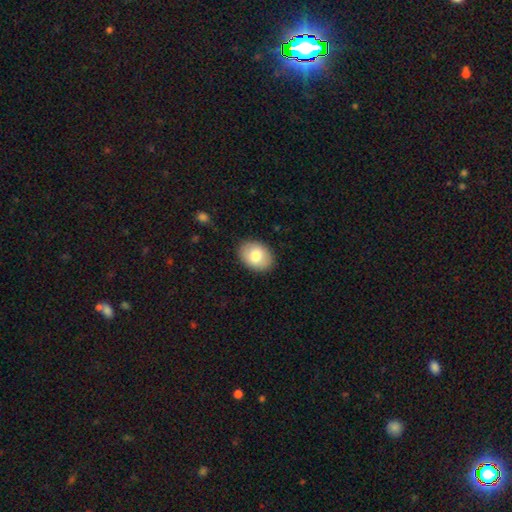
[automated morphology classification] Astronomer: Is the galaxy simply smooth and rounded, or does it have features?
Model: smooth — 79%.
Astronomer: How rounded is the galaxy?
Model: in between — 71%.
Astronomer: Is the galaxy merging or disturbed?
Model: none — 88%.